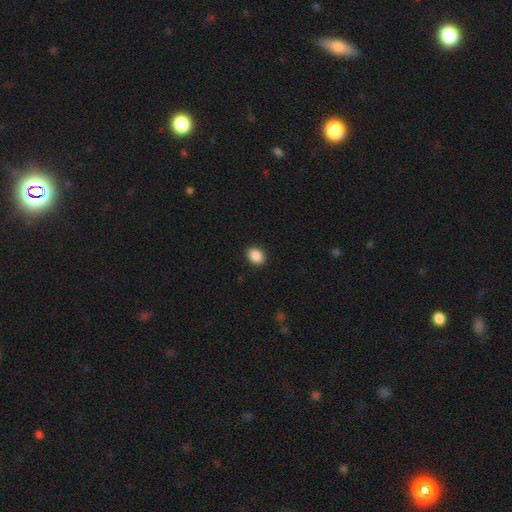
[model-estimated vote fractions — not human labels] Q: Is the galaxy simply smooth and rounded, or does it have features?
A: smooth — 89%.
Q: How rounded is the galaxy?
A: in between — 52%.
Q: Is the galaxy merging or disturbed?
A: none — 91%.